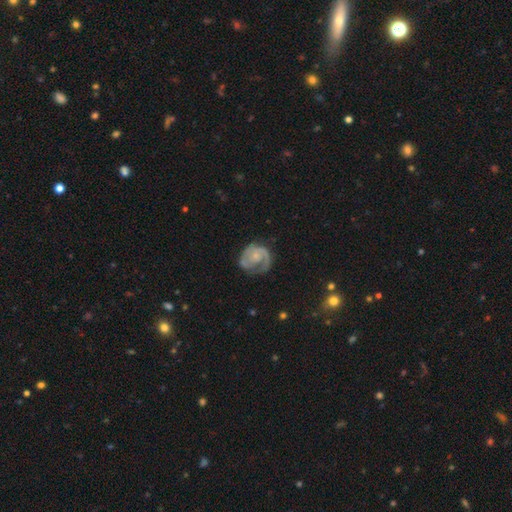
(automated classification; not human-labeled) smooth-or-featured: featured or disk: 75% | smooth: 19% | star or artifact: 6%
  disk-edge-on: no: 98% | yes: 2%
    bar: no: 74% | weak: 22% | strong: 4%
    has-spiral-arms: yes: 88% | no: 12%
      spiral-winding: tight: 48% | medium: 37% | loose: 15%
      spiral-arm-count: 2: 47% | 1: 32% | can't tell: 13% | 3: 4% | 4: 2% | more than 4: 2%
    bulge-size: small: 63% | moderate: 23% | none: 11% | large: 2% | dominant: 1%
  merging: none: 56% | minor disturbance: 24% | major disturbance: 18% | merger: 2%